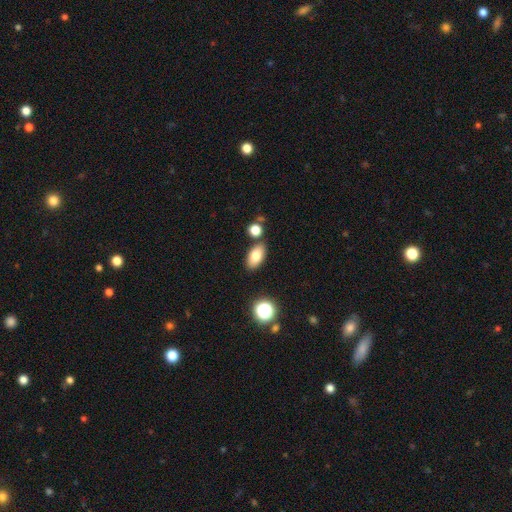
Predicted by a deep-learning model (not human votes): A smooth galaxy with no disk features (80%) that is in between round and cigar-shaped (91%). Merging: none (81%).